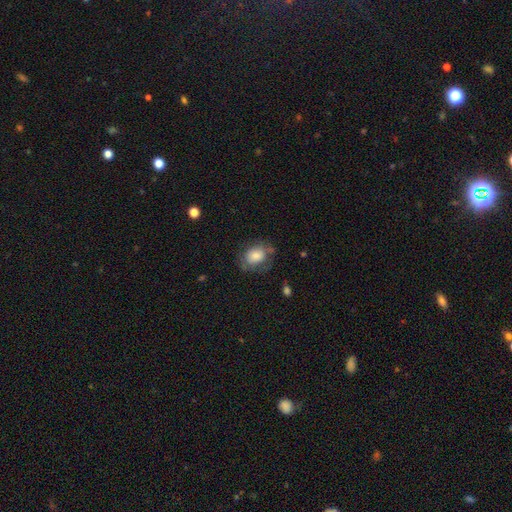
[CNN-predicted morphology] smooth_or_featured: smooth (p=0.71) [alt: featured or disk p=0.21]
how_rounded: in between (p=0.59) [alt: round p=0.39]
merging: none (p=0.57) [alt: minor disturbance p=0.26]